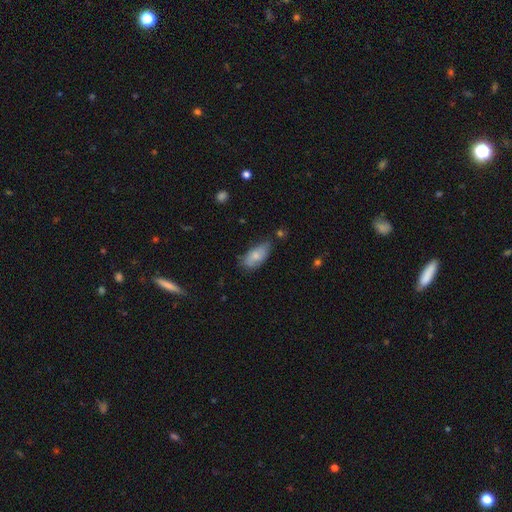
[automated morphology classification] This appears to be a smooth galaxy with no disk features (77%) that is in between round and cigar-shaped (88%). Merging: none (58%).